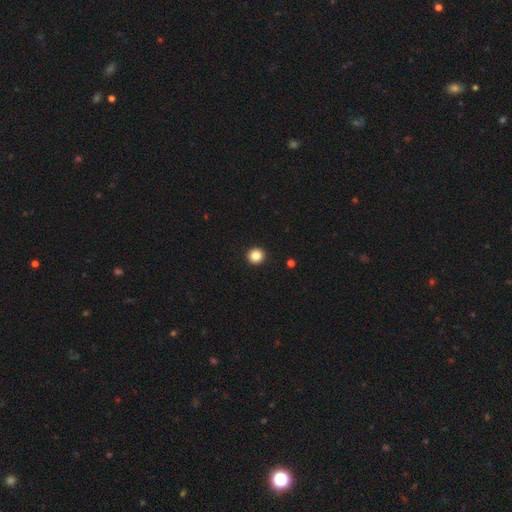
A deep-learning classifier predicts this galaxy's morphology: This appears to be a smooth galaxy with no disk features (85%) that is round (94%). Merging: none (94%).